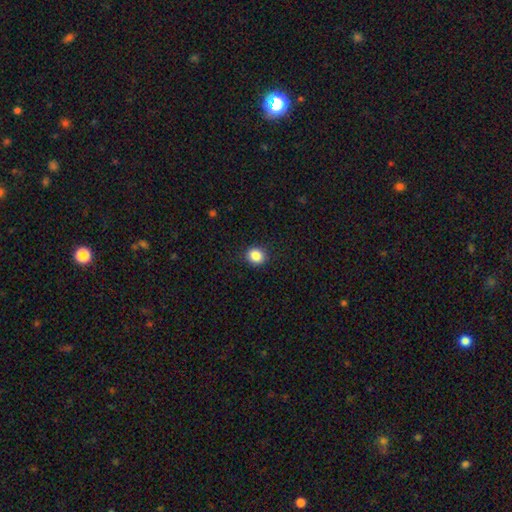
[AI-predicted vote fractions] Overall: smooth (87%). How rounded: round (74%). Merging: none (88%).